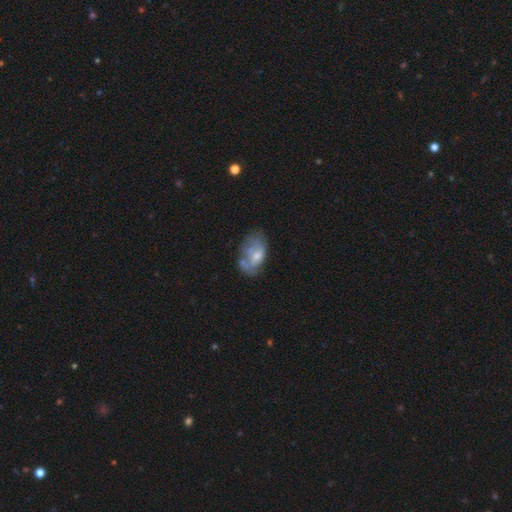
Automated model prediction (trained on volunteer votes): This is possibly a smooth galaxy (48%). Merging: marginally none (38%).